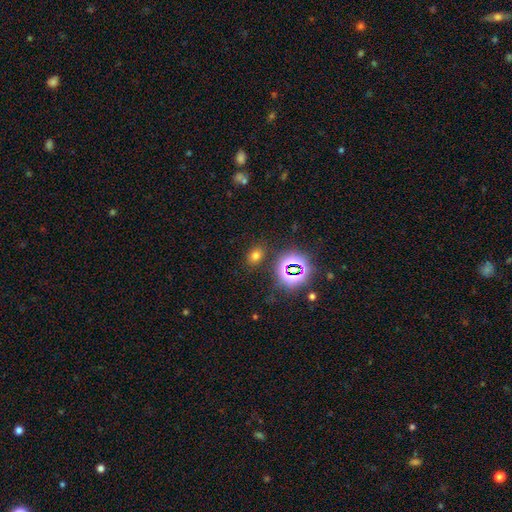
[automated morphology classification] smooth_or_featured: smooth (p=0.64) [alt: star or artifact p=0.28]
how_rounded: in between (p=0.62) [alt: round p=0.37]
merging: none (p=0.83) [alt: minor disturbance p=0.09]